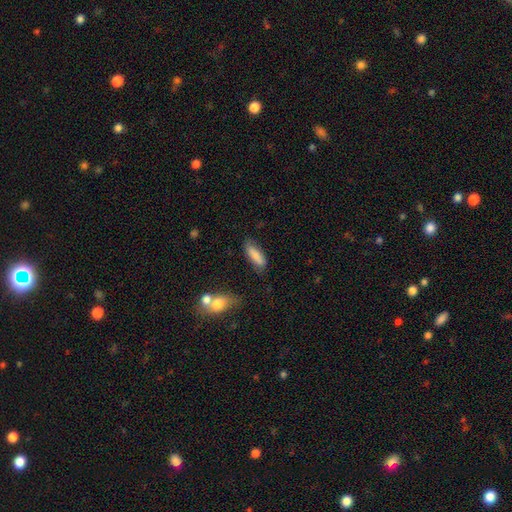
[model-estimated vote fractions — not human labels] Smooth or featured? smooth (80%)
How rounded? in between (51%)
Merging? none (72%)